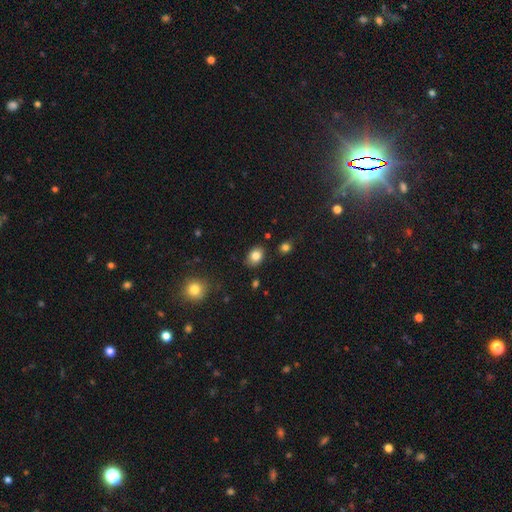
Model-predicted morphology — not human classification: smooth_or_featured: smooth (p=0.83) [alt: star or artifact p=0.09]
how_rounded: in between (p=0.69) [alt: round p=0.30]
merging: none (p=0.83) [alt: minor disturbance p=0.12]